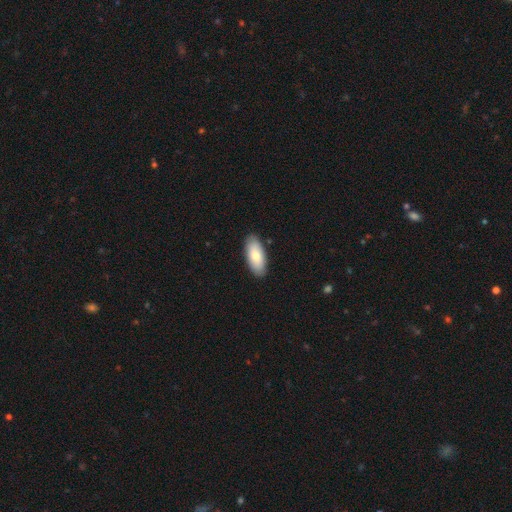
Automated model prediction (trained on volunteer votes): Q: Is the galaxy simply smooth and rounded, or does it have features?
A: smooth — 77%.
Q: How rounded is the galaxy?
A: in between — 88%.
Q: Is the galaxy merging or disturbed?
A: none — 88%.